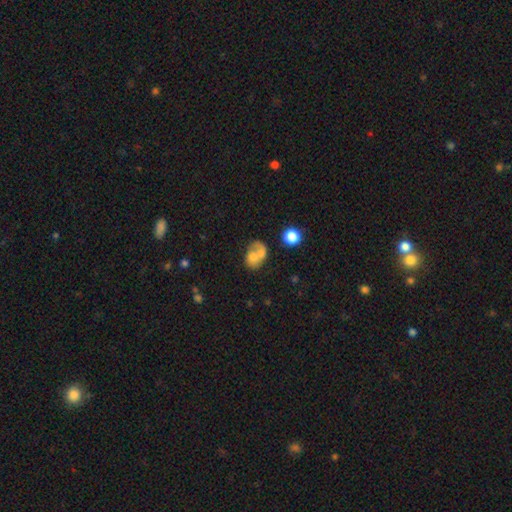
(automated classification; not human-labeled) smooth-or-featured: smooth: 60% | featured or disk: 30% | star or artifact: 10%
  how-rounded: in between: 62% | round: 37% | cigar-shaped: 1%
  merging: merger: 56% | none: 20% | major disturbance: 13% | minor disturbance: 11%